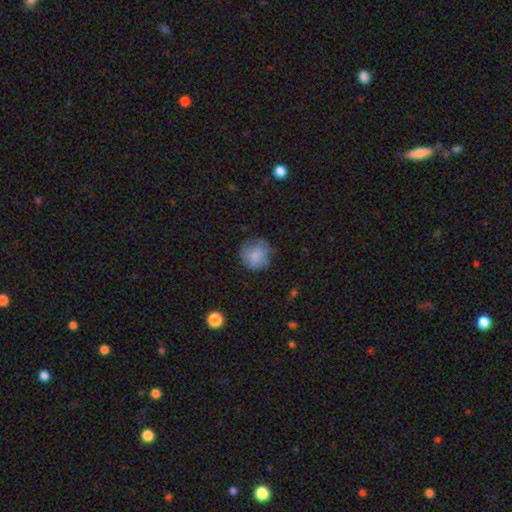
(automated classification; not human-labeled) Smooth or featured: smooth — 74% (featured or disk — 17%)
How rounded: round — 84% (in between — 15%)
Merging: none — 65% (minor disturbance — 23%)